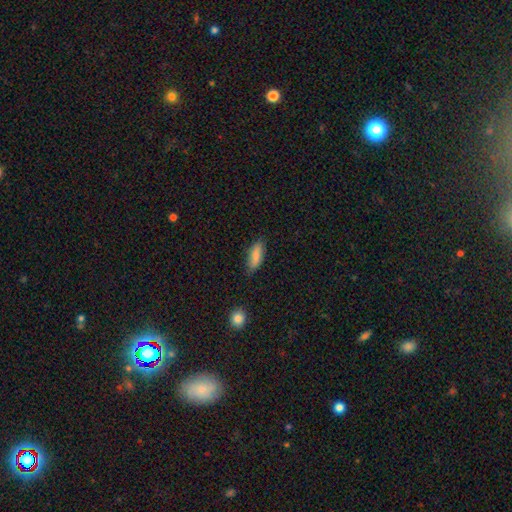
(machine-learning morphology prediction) The model was most divided on "how rounded": in between: 61%, cigar-shaped: 37%, round: 2%. More confident: smooth or featured — smooth (83%); merging — none (79%).